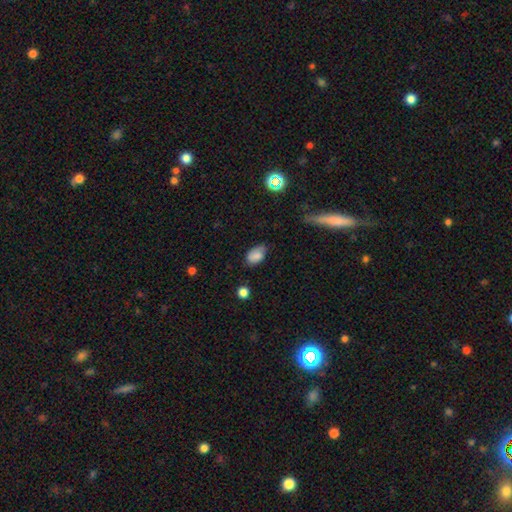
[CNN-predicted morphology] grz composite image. It shows a smooth galaxy with no disk features (80%) that is in between round and cigar-shaped (90%). Merging: none (59%).